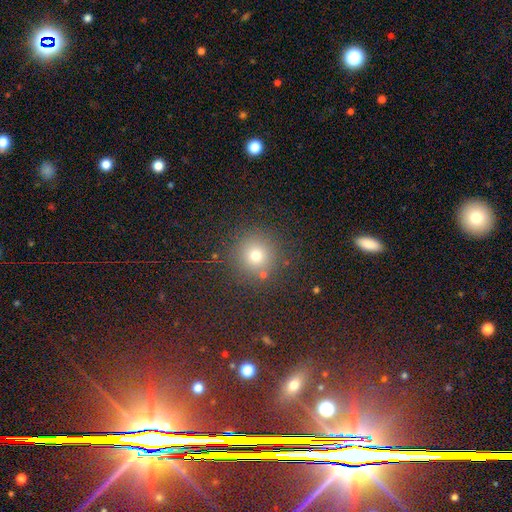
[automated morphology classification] A smooth galaxy with no disk features (72%) that is round (94%). Merging: none (86%).